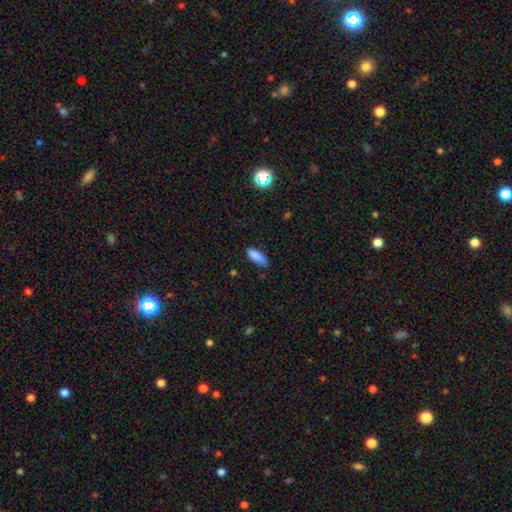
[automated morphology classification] The model was most divided on "how rounded": in between: 66%, cigar-shaped: 32%, round: 2%. More confident: smooth or featured — smooth (86%); merging — none (66%).